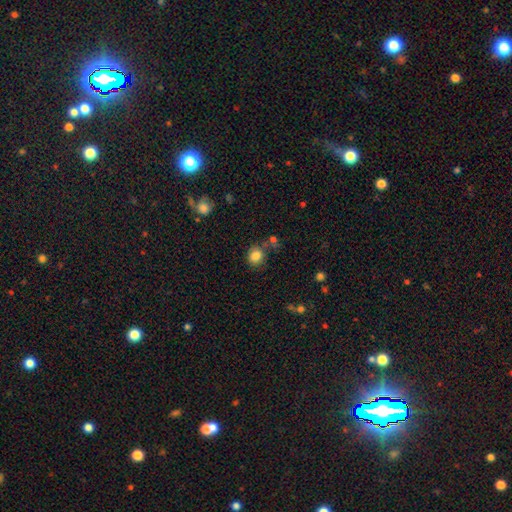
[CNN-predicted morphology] Smooth or featured: smooth — 83% (star or artifact — 10%)
How rounded: round — 70% (in between — 29%)
Merging: none — 68% (minor disturbance — 17%)